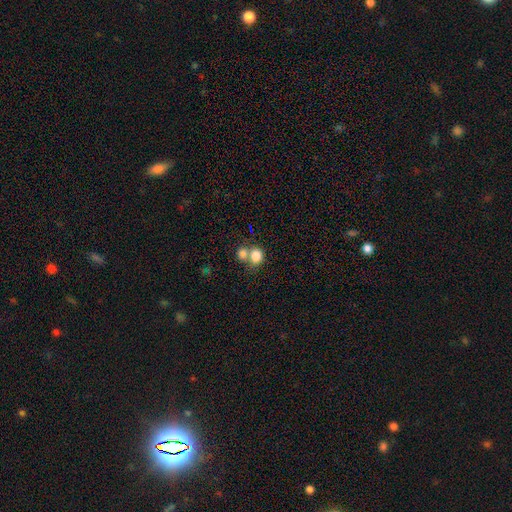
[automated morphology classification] smooth_or_featured: smooth (p=0.80) [alt: star or artifact p=0.10]
how_rounded: round (p=0.71) [alt: in between p=0.28]
merging: merger (p=0.52) [alt: none p=0.37]